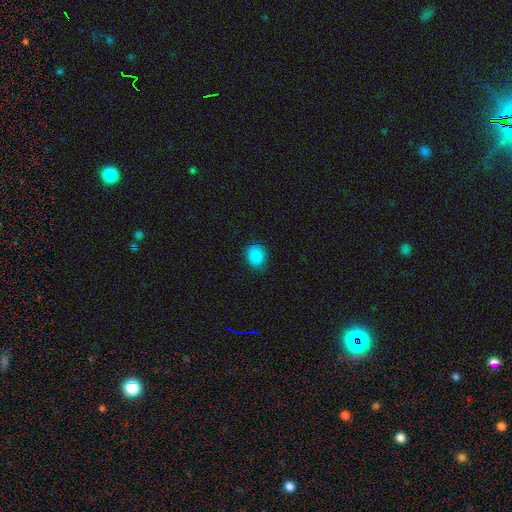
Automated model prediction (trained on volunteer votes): smooth_or_featured: smooth (p=0.88) [alt: star or artifact p=0.10]
how_rounded: round (p=0.53) [alt: in between p=0.46]
merging: none (p=0.84) [alt: minor disturbance p=0.13]